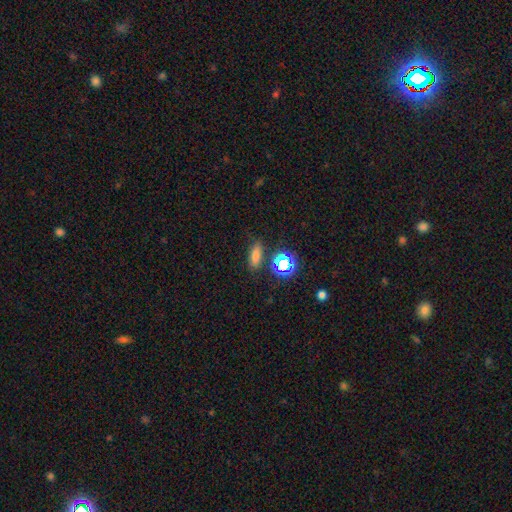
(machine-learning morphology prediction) Overall: smooth (72%). How rounded: in between (66%). Merging: none (80%).